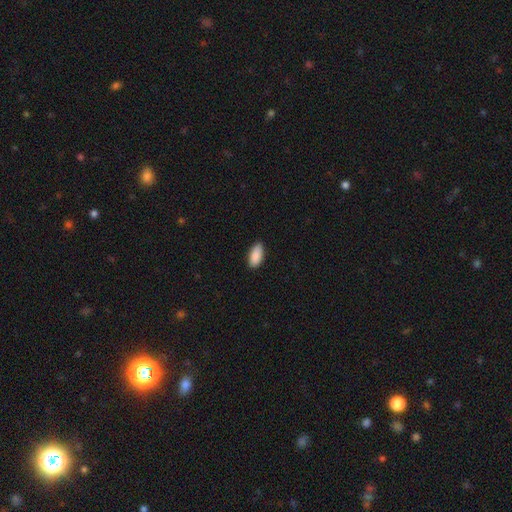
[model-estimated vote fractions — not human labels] Smooth or featured?
  - smooth: 90% *
  - star or artifact: 6%
  - featured or disk: 4%
How rounded?
  - in between: 92% *
  - cigar-shaped: 6%
  - round: 2%
Merging?
  - none: 87% *
  - minor disturbance: 10%
  - major disturbance: 2%
  - merger: 1%